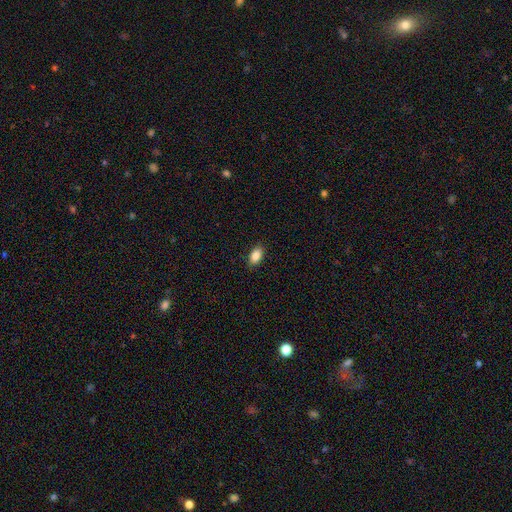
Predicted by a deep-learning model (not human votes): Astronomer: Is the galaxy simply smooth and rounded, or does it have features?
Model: smooth — 86%.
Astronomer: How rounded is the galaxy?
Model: in between — 91%.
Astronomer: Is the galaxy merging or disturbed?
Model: none — 89%.